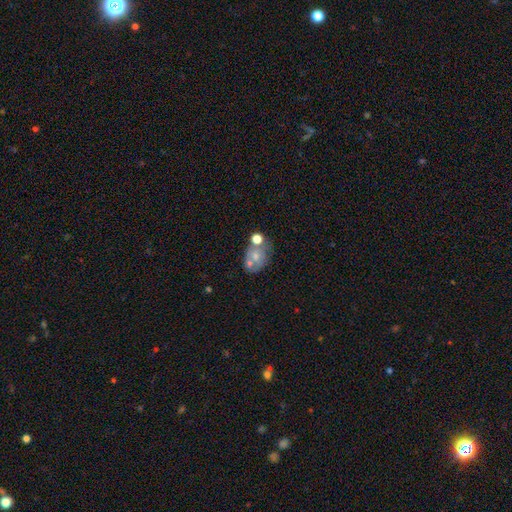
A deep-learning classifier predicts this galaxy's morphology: smooth_or_featured: featured or disk (p=0.43) [alt: smooth p=0.41]
merging: none (p=0.45) [alt: merger p=0.27]